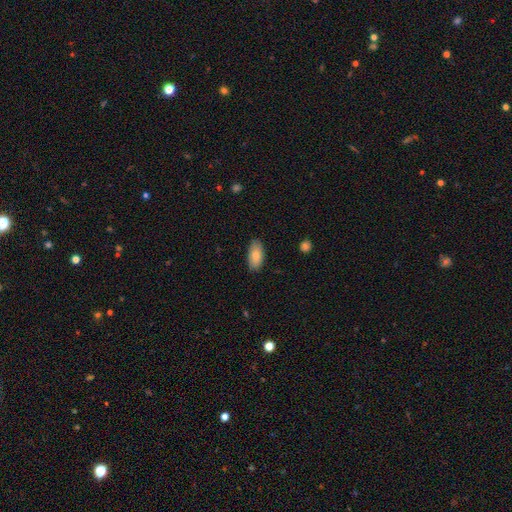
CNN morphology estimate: Smooth or featured: smooth — 81% (featured or disk — 13%)
How rounded: in between — 92% (cigar-shaped — 6%)
Merging: none — 86% (minor disturbance — 11%)